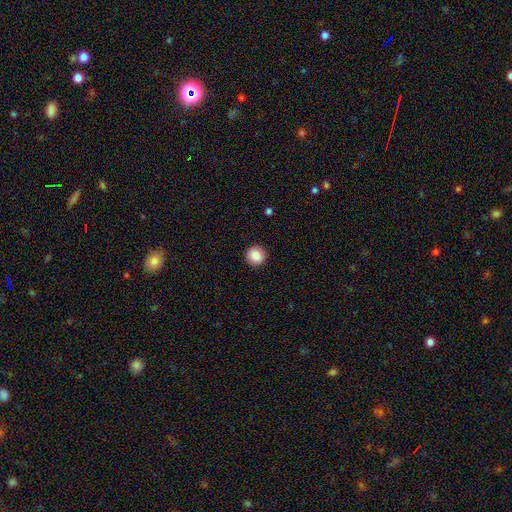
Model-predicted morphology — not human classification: Overall: smooth (87%). How rounded: round (95%). Merging: none (92%).